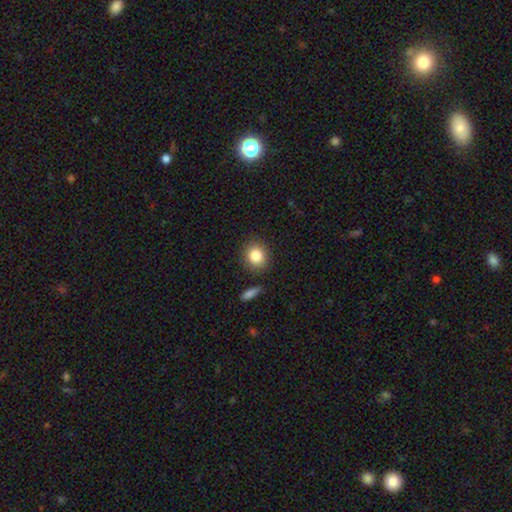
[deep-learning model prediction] A smooth galaxy with no disk features (84%) that is round (75%). Merging: none (84%).